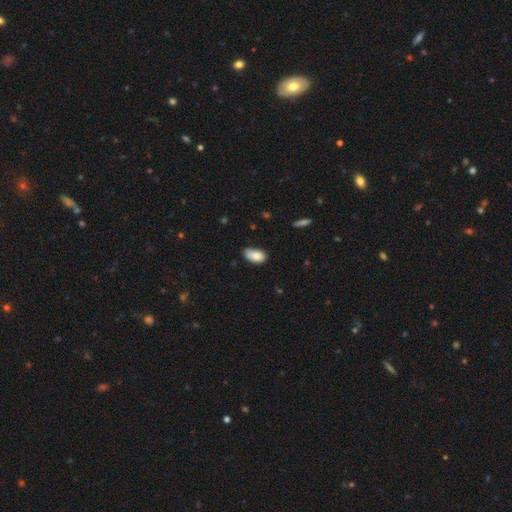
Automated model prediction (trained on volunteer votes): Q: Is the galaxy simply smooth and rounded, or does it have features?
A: smooth — 85%.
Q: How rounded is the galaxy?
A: in between — 94%.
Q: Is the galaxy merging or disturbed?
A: none — 56%.